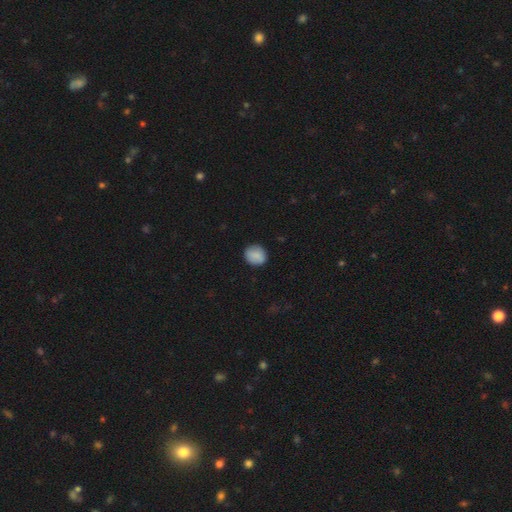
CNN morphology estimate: smooth-or-featured: smooth: 84% | featured or disk: 8% | star or artifact: 7%
  how-rounded: round: 79% | in between: 20% | cigar-shaped: 1%
  merging: none: 87% | minor disturbance: 10% | major disturbance: 2% | merger: 1%